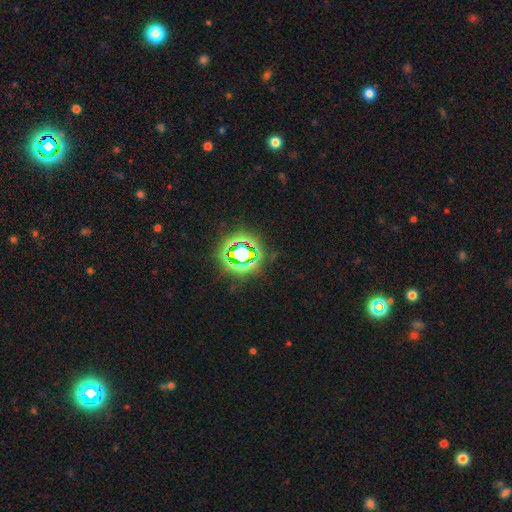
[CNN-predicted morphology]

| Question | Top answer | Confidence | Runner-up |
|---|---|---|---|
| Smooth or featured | star or artifact | 83% | smooth (11%) |